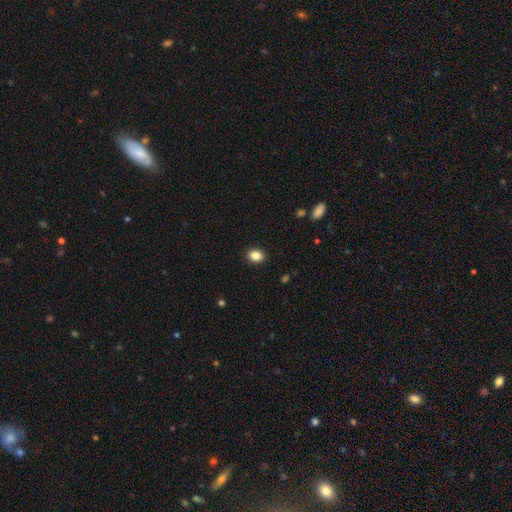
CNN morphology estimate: This appears to be a smooth galaxy with no disk features (87%) that is in between round and cigar-shaped (67%). Merging: none (90%).